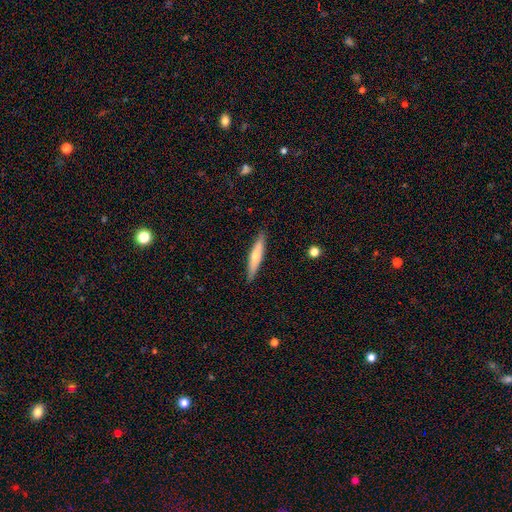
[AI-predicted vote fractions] smooth 50%, featured or disk 44%, star or artifact 6%. Down the decision tree: how rounded — cigar-shaped (88%); merging — none (89%).